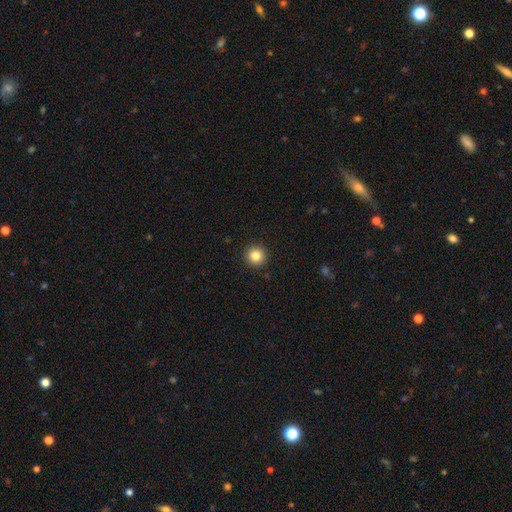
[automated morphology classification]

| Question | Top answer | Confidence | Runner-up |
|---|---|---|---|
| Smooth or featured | smooth | 84% | star or artifact (11%) |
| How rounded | round | 95% | in between (4%) |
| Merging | none | 93% | minor disturbance (4%) |